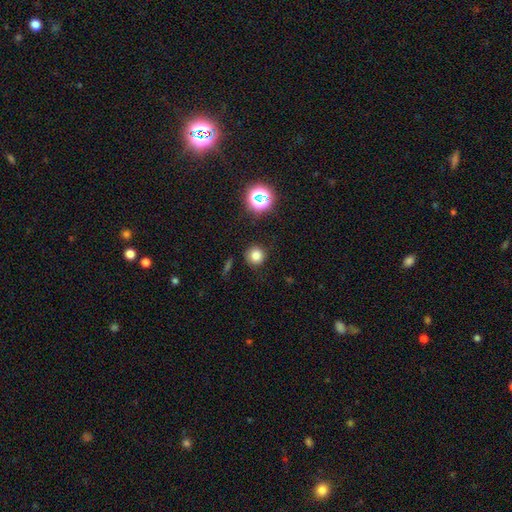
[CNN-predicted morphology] Smooth or featured?
  - smooth: 77% *
  - star or artifact: 17%
  - featured or disk: 6%
How rounded?
  - round: 94% *
  - in between: 5%
  - cigar-shaped: 1%
Merging?
  - none: 86% *
  - minor disturbance: 9%
  - major disturbance: 3%
  - merger: 2%